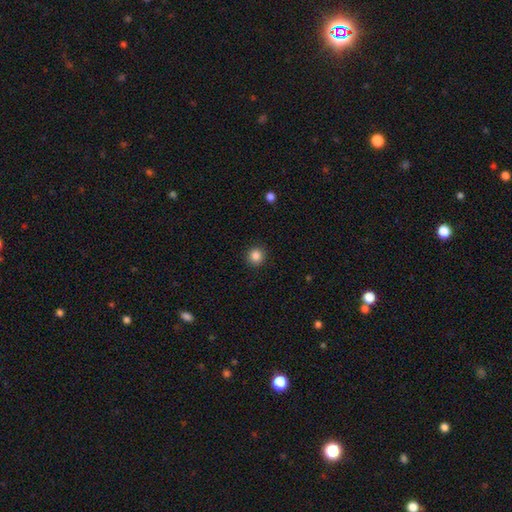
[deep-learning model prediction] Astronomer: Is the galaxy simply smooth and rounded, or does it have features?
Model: smooth — 86%.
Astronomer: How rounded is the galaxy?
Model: round — 93%.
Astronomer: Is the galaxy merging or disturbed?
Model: none — 92%.